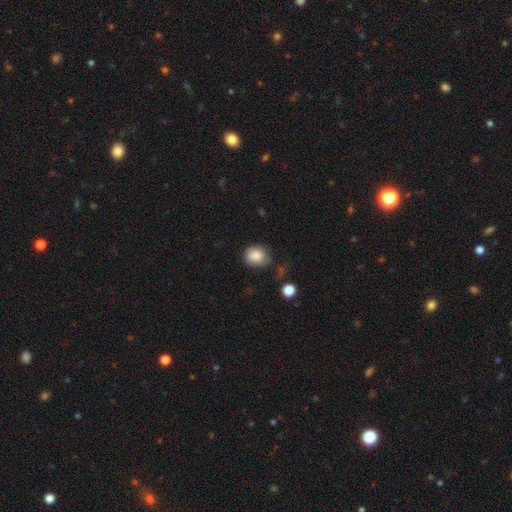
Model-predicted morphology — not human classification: Smooth or featured? smooth (85%)
How rounded? round (58%)
Merging? none (64%)